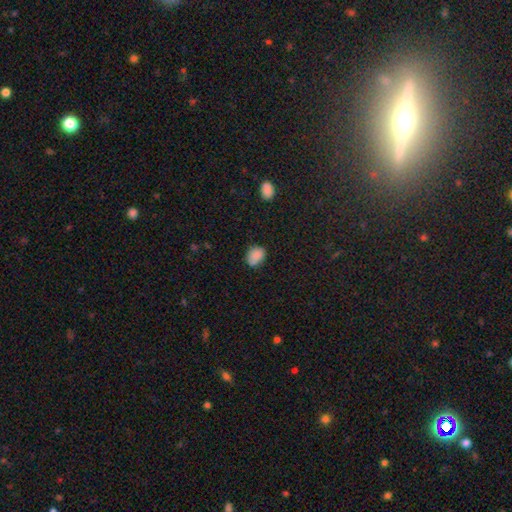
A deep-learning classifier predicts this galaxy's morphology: Q: Smooth or featured?
A: smooth (85%); runner-up: star or artifact (10%)
Q: How rounded?
A: in between (62%); runner-up: round (37%)
Q: Merging?
A: none (65%); runner-up: minor disturbance (25%)